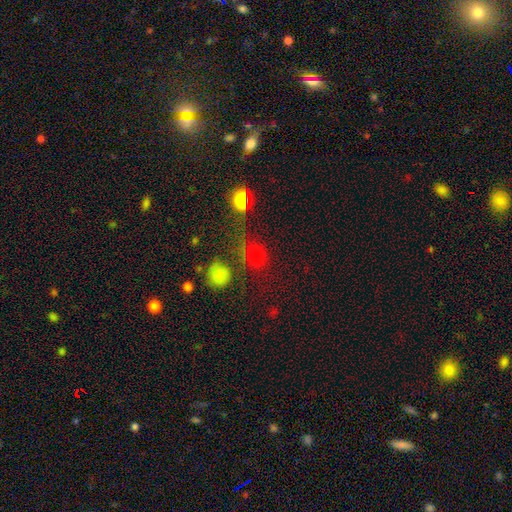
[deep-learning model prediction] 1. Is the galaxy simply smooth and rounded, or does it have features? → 59% smooth, 34% star or artifact, 7% featured or disk.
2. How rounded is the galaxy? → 78% round, 20% in between, 2% cigar-shaped.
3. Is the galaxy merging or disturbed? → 65% none, 14% merger, 13% minor disturbance, 9% major disturbance.